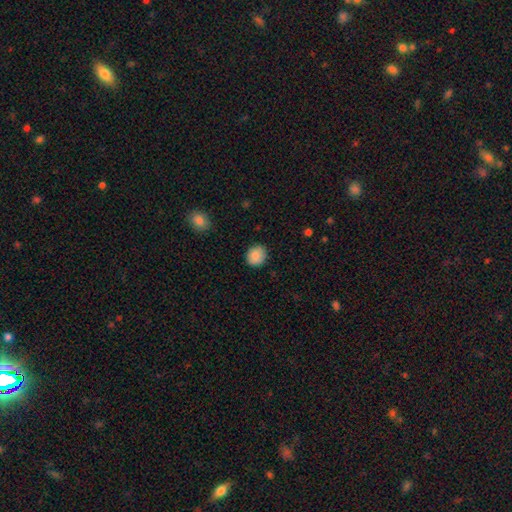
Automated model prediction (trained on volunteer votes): This is clearly a smooth galaxy (88%). How rounded: clearly round (80%). Merging: clearly none (88%).